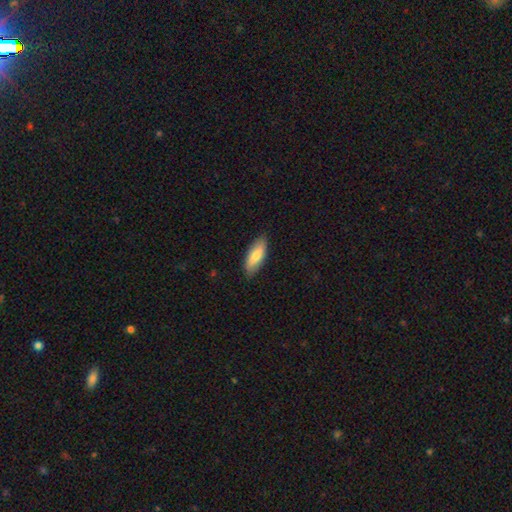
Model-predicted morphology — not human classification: Q: Smooth or featured?
A: smooth (74%); runner-up: featured or disk (21%)
Q: How rounded?
A: in between (72%); runner-up: cigar-shaped (26%)
Q: Merging?
A: none (85%); runner-up: minor disturbance (12%)